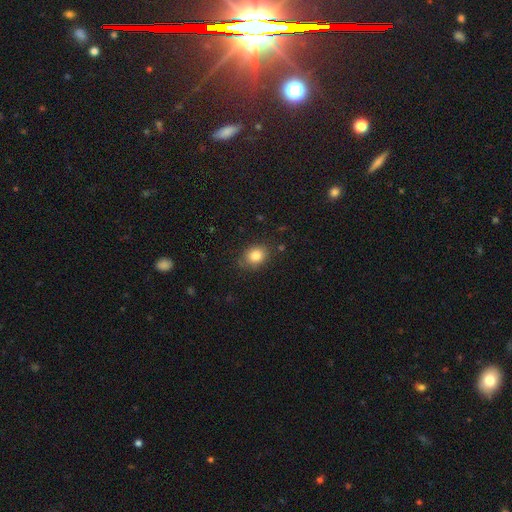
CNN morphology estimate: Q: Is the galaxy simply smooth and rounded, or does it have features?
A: smooth — 82%.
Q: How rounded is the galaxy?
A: in between — 52%.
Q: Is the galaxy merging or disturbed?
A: none — 81%.